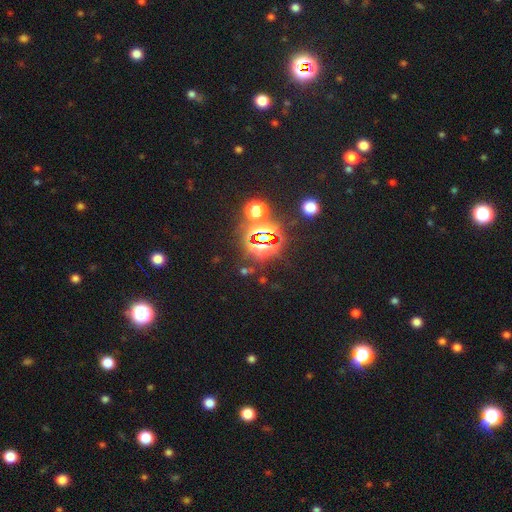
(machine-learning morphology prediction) Smooth or featured?
  - star or artifact: 81% *
  - smooth: 12%
  - featured or disk: 6%